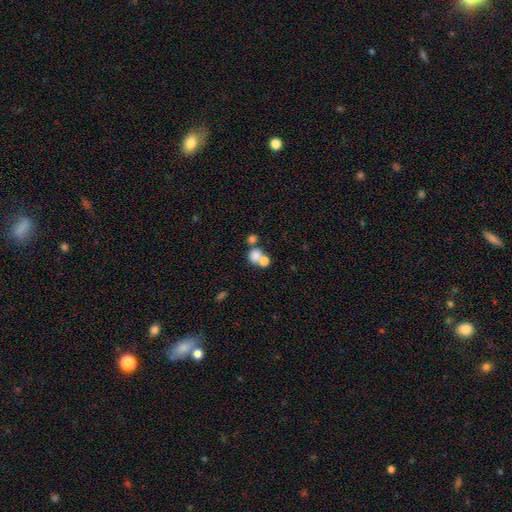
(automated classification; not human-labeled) This is likely a smooth galaxy (76%). How rounded: likely round (68%). Merging: possibly merger (56%).